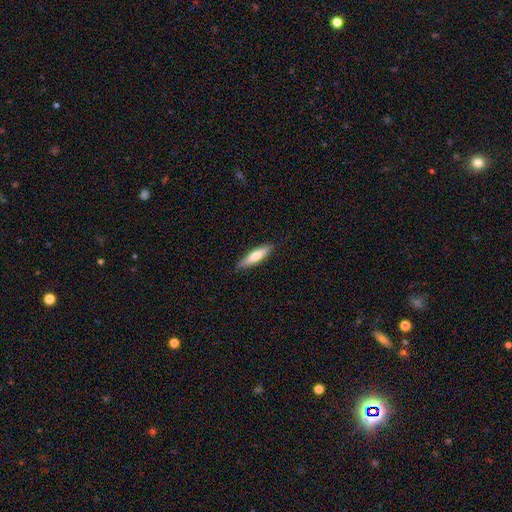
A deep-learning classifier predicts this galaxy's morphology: type=smooth (66%); roundness=cigar-shaped (77%); merging=none (88%).